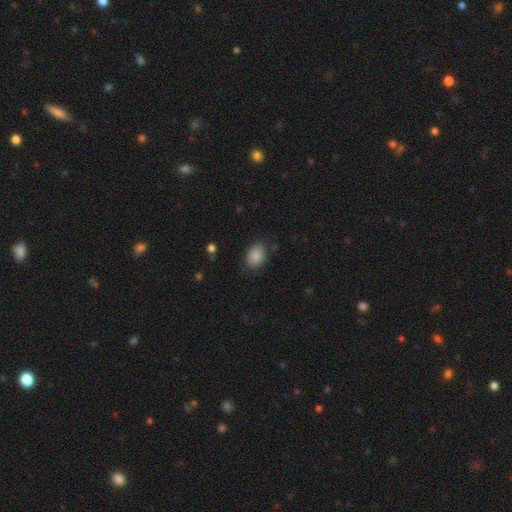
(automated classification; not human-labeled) A smooth galaxy with no disk features (86%) that is in between round and cigar-shaped (71%).

Vote fractions:
- Smooth or featured? smooth: 86% / star or artifact: 8% / featured or disk: 6%
- How rounded? in between: 71% / round: 28% / cigar-shaped: 1%
- Merging? none: 78% / minor disturbance: 17% / major disturbance: 4% / merger: 1%